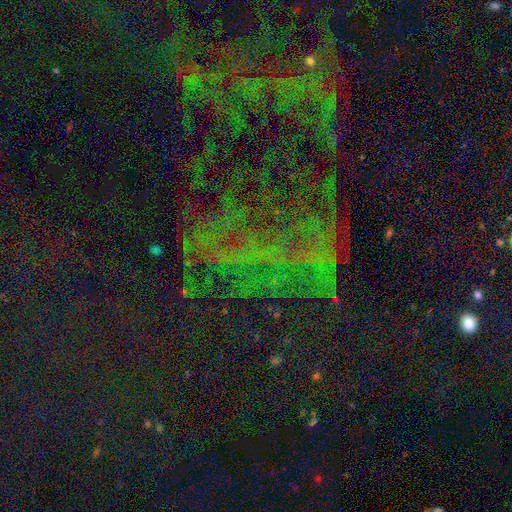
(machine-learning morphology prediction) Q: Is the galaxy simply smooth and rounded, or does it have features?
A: star or artifact — 75%.